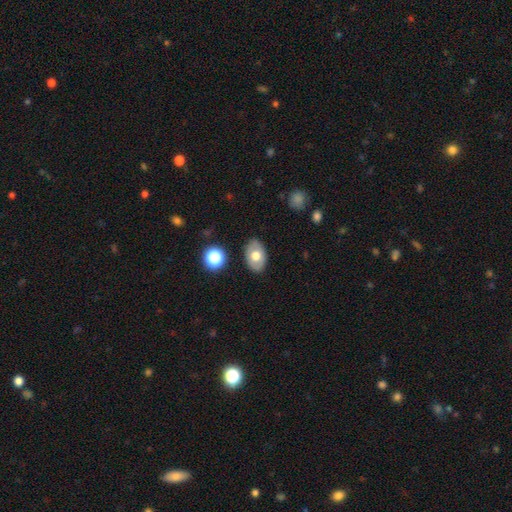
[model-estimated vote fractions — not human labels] Smooth or featured: smooth — 61% (featured or disk — 31%)
How rounded: in between — 85% (round — 14%)
Merging: none — 85% (minor disturbance — 11%)